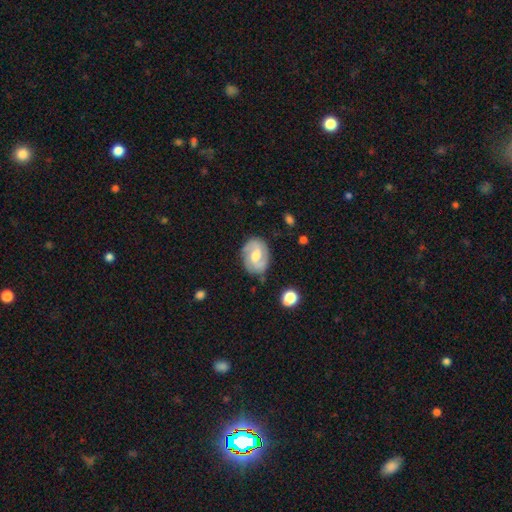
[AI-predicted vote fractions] smooth_or_featured: featured or disk (p=0.72) [alt: smooth p=0.22]
disk_edge_on: no (p=0.97) [alt: yes p=0.03]
bar: weak (p=0.54) [alt: no p=0.31]
has_spiral_arms: yes (p=0.89) [alt: no p=0.11]
spiral_winding: medium (p=0.46) [alt: tight p=0.37]
spiral_arm_count: 2 (p=0.82) [alt: can't tell p=0.10]
bulge_size: moderate (p=0.65) [alt: small p=0.18]
merging: none (p=0.76) [alt: minor disturbance p=0.17]